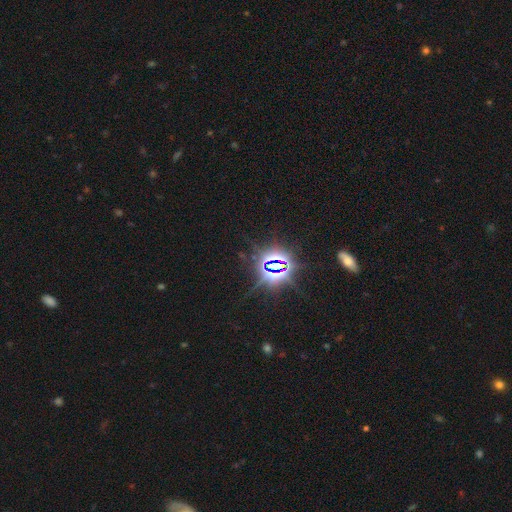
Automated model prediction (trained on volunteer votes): A star or artifact, not a galaxy (84%).